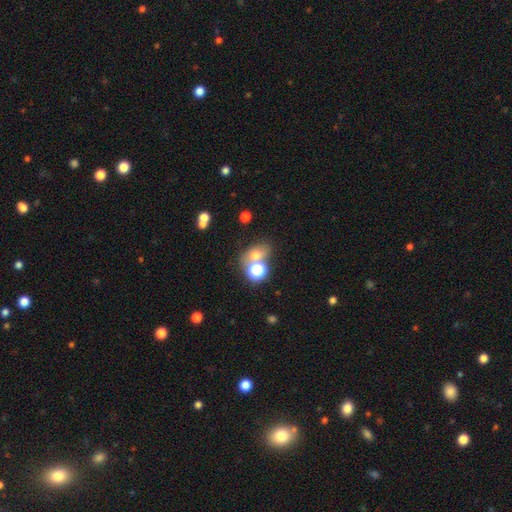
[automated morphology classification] A smooth galaxy with no disk features (65%) that is in between round and cigar-shaped (54%). Merging: none (52%).